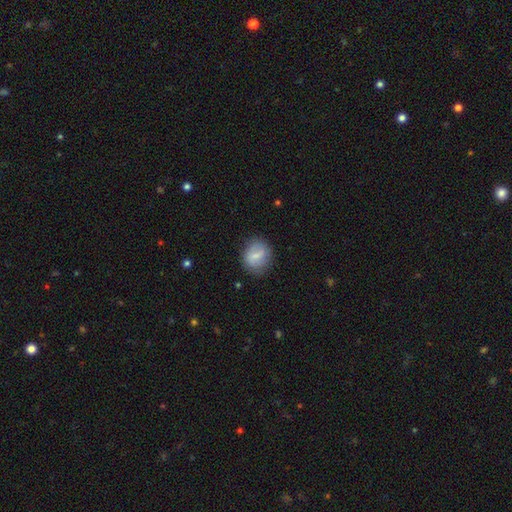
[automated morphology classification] type=smooth (64%); roundness=round (66%); merging=none (77%).